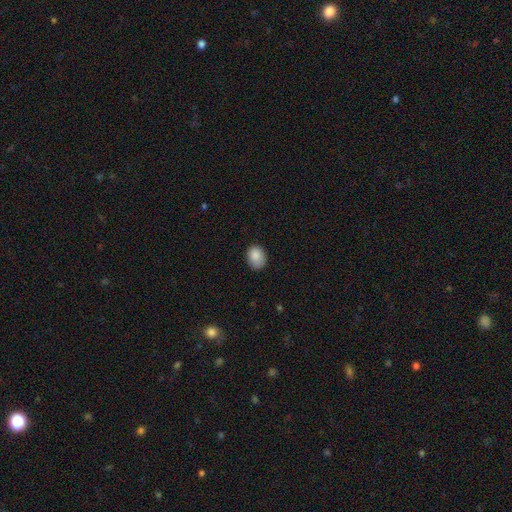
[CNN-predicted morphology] Smooth or featured?
  - smooth: 88% *
  - star or artifact: 8%
  - featured or disk: 4%
How rounded?
  - in between: 64% *
  - round: 35%
  - cigar-shaped: 1%
Merging?
  - none: 79% *
  - minor disturbance: 17%
  - major disturbance: 3%
  - merger: 1%